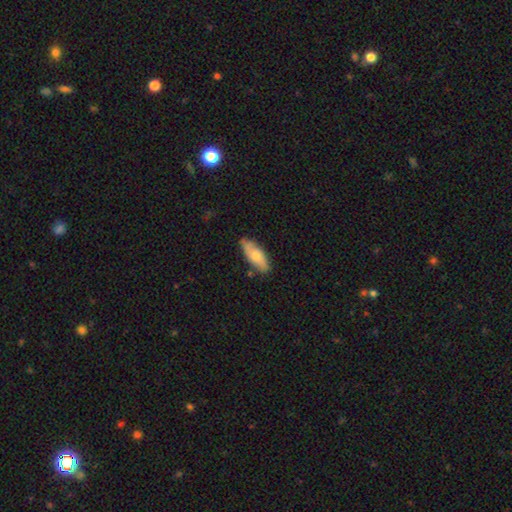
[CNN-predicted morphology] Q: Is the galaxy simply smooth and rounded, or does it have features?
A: smooth — 69%.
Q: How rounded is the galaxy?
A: in between — 76%.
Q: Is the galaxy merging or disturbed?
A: none — 76%.